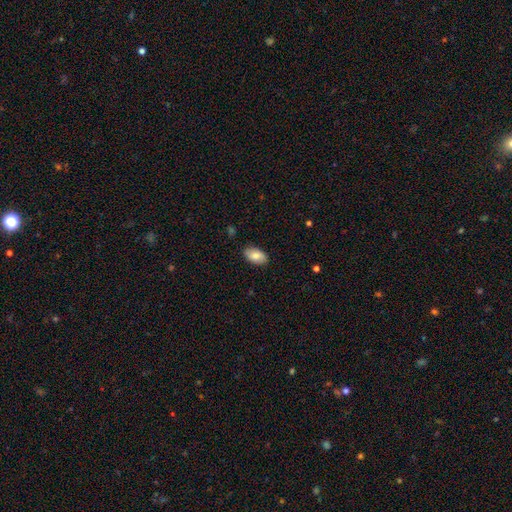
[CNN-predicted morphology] Q: Smooth or featured?
A: smooth (80%); runner-up: featured or disk (14%)
Q: How rounded?
A: in between (94%); runner-up: round (4%)
Q: Merging?
A: none (86%); runner-up: minor disturbance (11%)